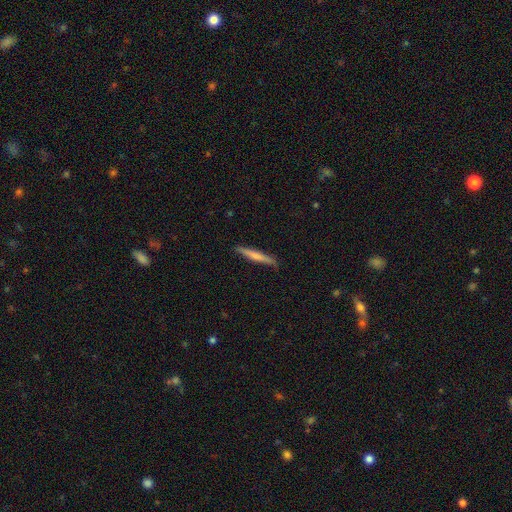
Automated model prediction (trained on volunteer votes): A smooth galaxy with no disk features (56%) that is cigar-shaped (95%). Merging: none (89%).